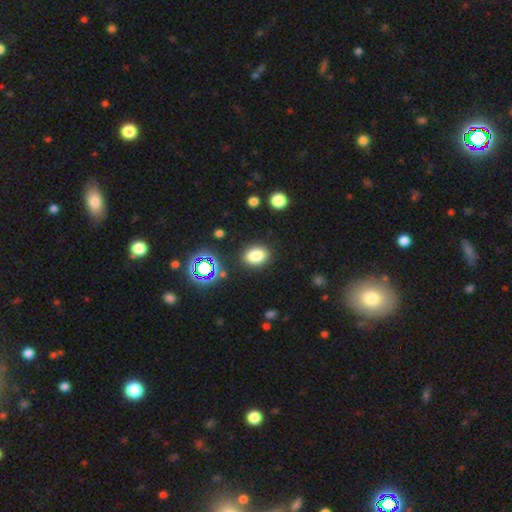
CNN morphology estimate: This is clearly a smooth galaxy (80%). How rounded: likely in between (69%). Merging: clearly none (86%).